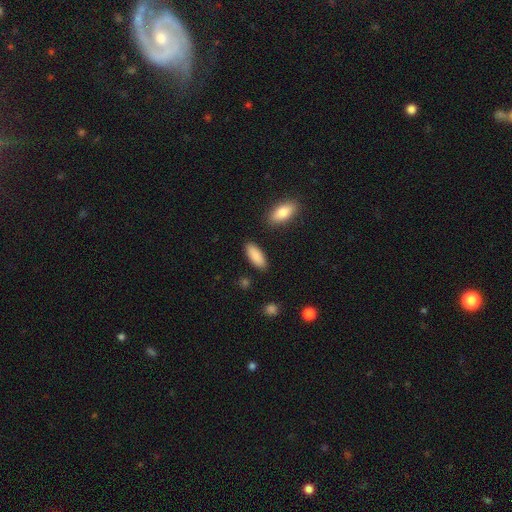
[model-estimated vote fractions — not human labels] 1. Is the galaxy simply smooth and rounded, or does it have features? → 89% smooth, 6% star or artifact, 5% featured or disk.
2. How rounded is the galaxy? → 76% in between, 22% cigar-shaped, 2% round.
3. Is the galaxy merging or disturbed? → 87% none, 9% minor disturbance, 2% merger, 2% major disturbance.